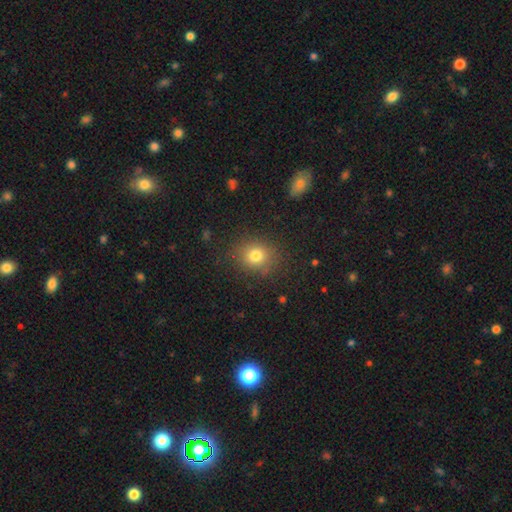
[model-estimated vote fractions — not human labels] smooth-or-featured: smooth: 78% | star or artifact: 14% | featured or disk: 8%
  how-rounded: round: 74% | in between: 25% | cigar-shaped: 1%
  merging: none: 85% | minor disturbance: 10% | major disturbance: 4% | merger: 1%